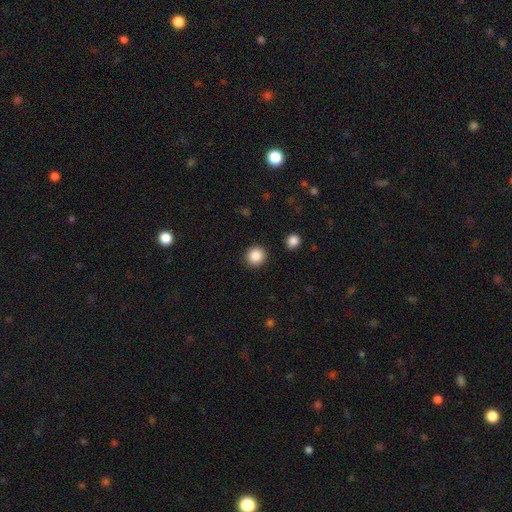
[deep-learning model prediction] smooth_or_featured: smooth (p=0.88) [alt: star or artifact p=0.09]
how_rounded: round (p=0.93) [alt: in between p=0.06]
merging: none (p=0.91) [alt: minor disturbance p=0.06]